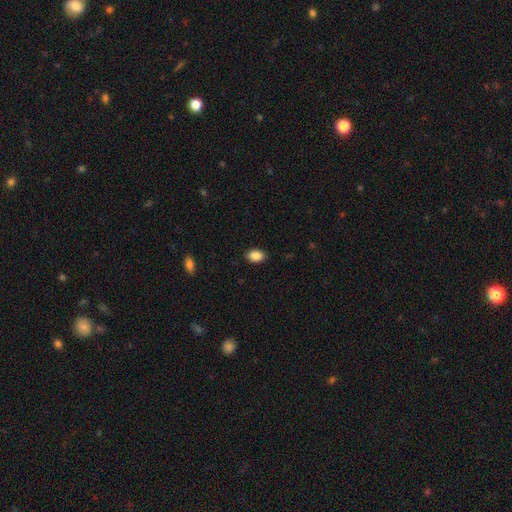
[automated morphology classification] This appears to be a smooth galaxy with no disk features (88%) that is in between round and cigar-shaped (85%). Merging: none (89%).